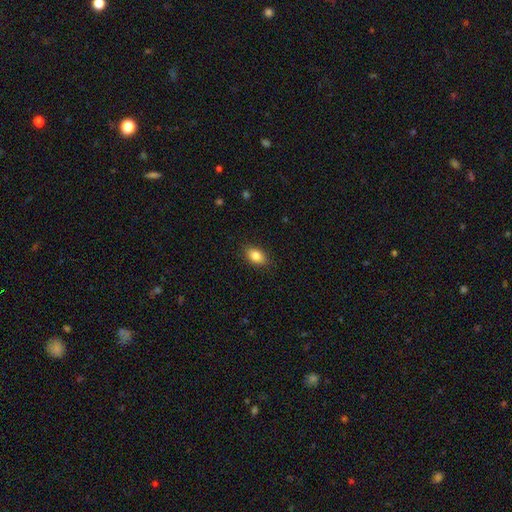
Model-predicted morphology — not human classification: The model was most divided on "how rounded": in between: 85%, round: 12%, cigar-shaped: 2%. More confident: merging — none (87%); smooth or featured — smooth (84%).